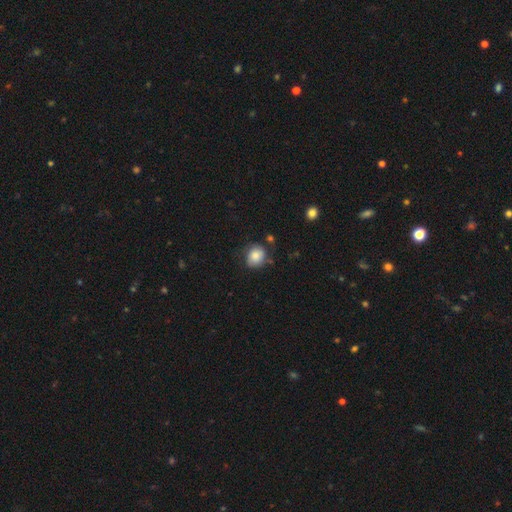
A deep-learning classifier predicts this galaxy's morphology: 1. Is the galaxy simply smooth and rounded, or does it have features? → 80% smooth, 11% featured or disk, 9% star or artifact.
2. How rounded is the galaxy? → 70% round, 30% in between, 1% cigar-shaped.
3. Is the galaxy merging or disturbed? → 71% none, 19% minor disturbance, 6% major disturbance, 4% merger.